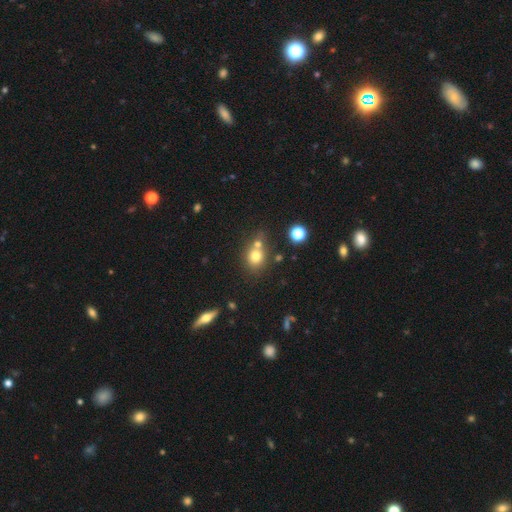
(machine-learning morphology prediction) A smooth galaxy with no disk features (74%) that is round (70%).

Vote fractions:
- Smooth or featured? smooth: 74% / star or artifact: 13% / featured or disk: 12%
- How rounded? round: 70% / in between: 29% / cigar-shaped: 1%
- Merging? none: 51% / merger: 33% / minor disturbance: 11% / major disturbance: 4%